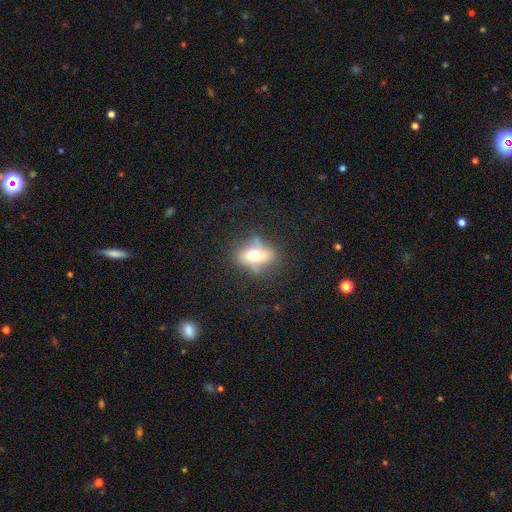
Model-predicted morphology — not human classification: type=smooth (53%); roundness=in between (71%); merging=none (58%).